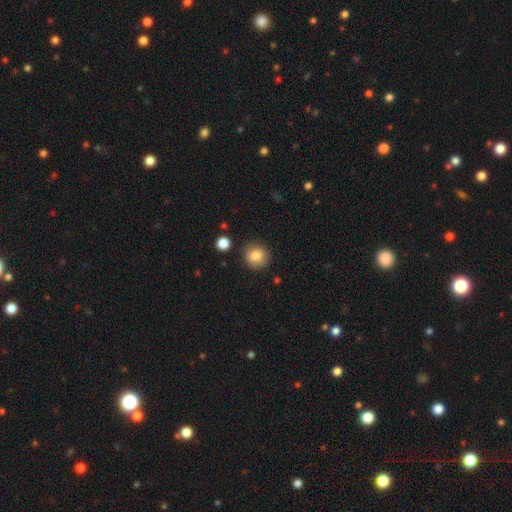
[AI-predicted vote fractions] Morphology: type=smooth (84%); roundness=round (90%); merging=none (87%).